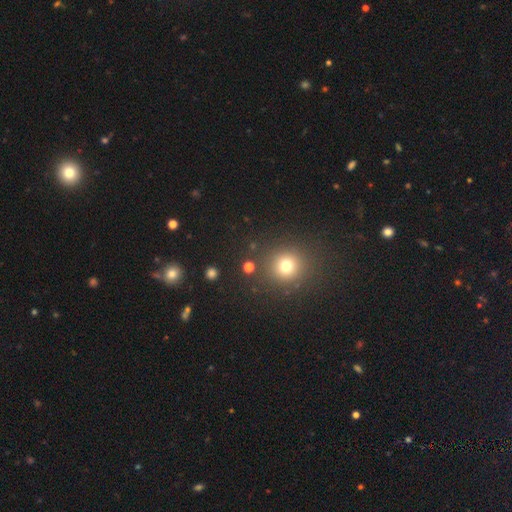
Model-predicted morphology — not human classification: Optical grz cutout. It shows a smooth galaxy with no disk features (58%) that is round (89%). Merging: none (88%).